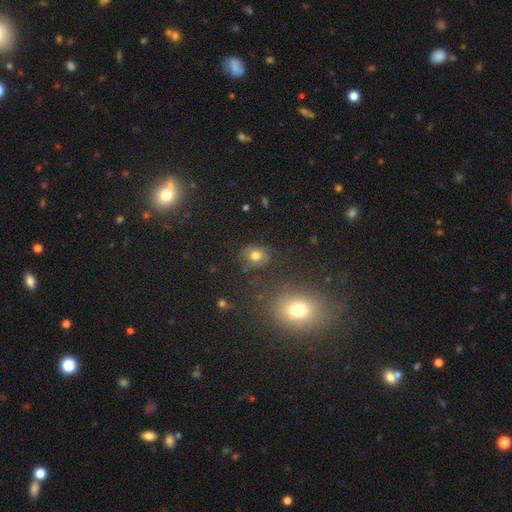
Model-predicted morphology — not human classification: Smooth or featured? Predicted: smooth (p=0.70). How rounded? Predicted: round (p=0.58). Merging? Predicted: none (p=0.76).